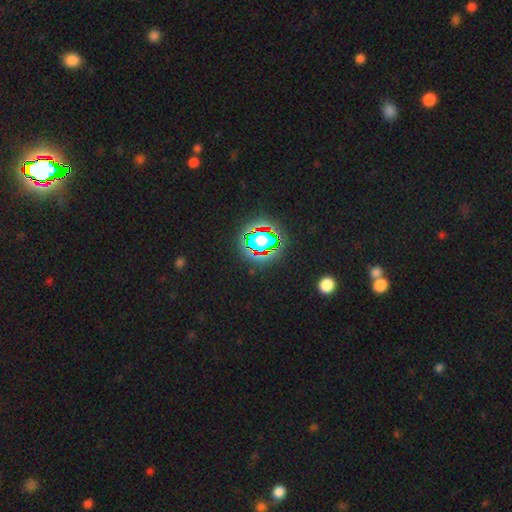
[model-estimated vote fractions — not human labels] Q: Smooth or featured?
A: star or artifact (82%); runner-up: smooth (11%)